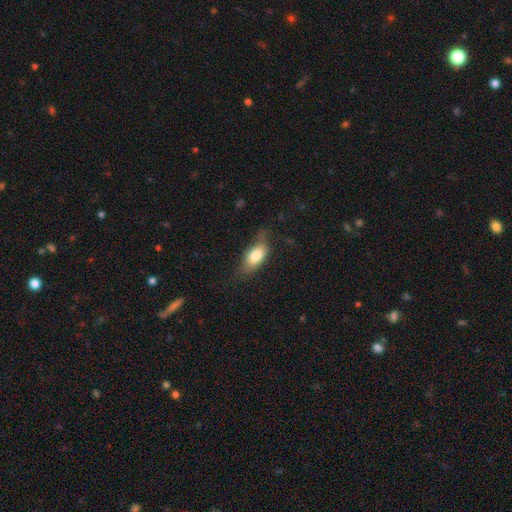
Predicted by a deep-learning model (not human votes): smooth_or_featured: smooth (p=0.77) [alt: featured or disk p=0.16]
how_rounded: in between (p=0.86) [alt: cigar-shaped p=0.10]
merging: none (p=0.58) [alt: minor disturbance p=0.29]